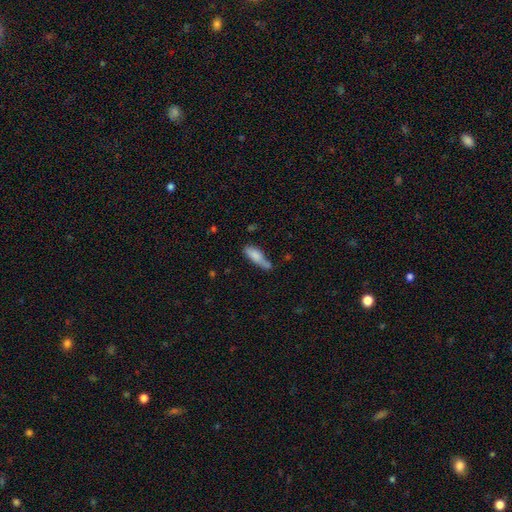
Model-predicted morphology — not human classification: Q: Smooth or featured?
A: smooth (78%); runner-up: featured or disk (14%)
Q: How rounded?
A: in between (54%); runner-up: cigar-shaped (44%)
Q: Merging?
A: none (43%); runner-up: minor disturbance (28%)